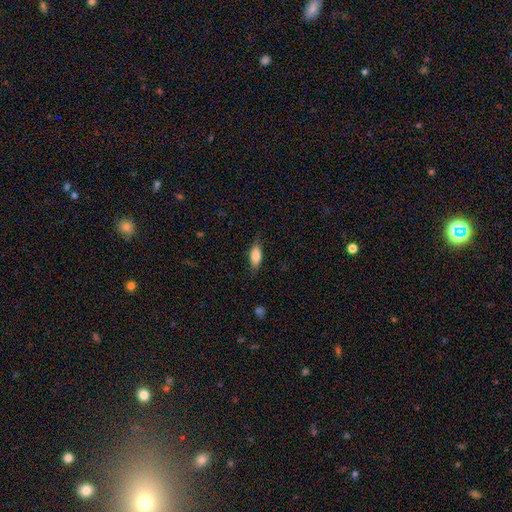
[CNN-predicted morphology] Smooth or featured?
  - smooth: 79% *
  - featured or disk: 14%
  - star or artifact: 7%
How rounded?
  - in between: 81% *
  - cigar-shaped: 16%
  - round: 3%
Merging?
  - none: 79% *
  - minor disturbance: 17%
  - major disturbance: 3%
  - merger: 1%